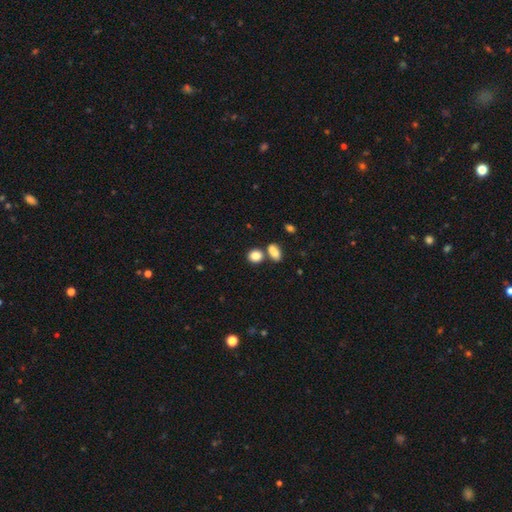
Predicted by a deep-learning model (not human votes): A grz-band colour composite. It shows a smooth galaxy with no disk features (85%) that is round (61%). Merging: none (54%).